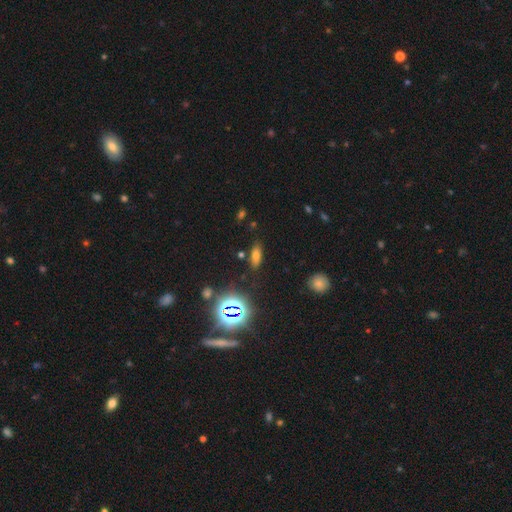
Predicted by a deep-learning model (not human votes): Overall: smooth (61%; star or artifact 28%). How rounded: in between (72%). Merging: none (82%).